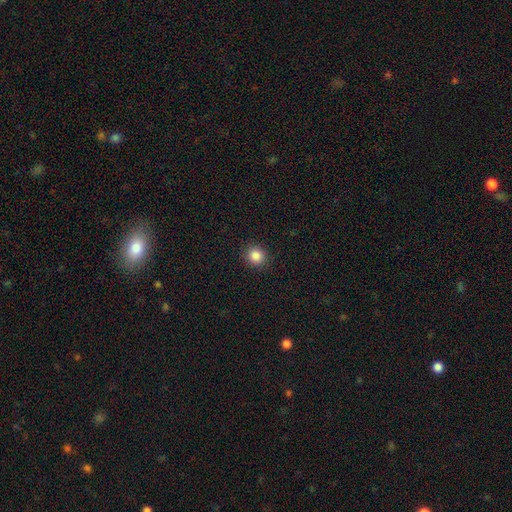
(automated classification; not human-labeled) Smooth or featured? smooth (86%)
How rounded? round (89%)
Merging? none (91%)